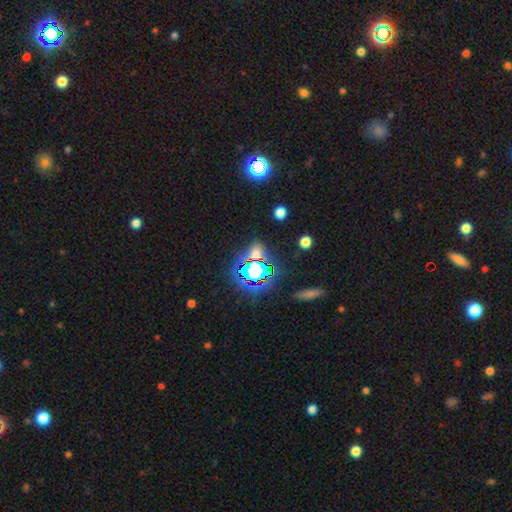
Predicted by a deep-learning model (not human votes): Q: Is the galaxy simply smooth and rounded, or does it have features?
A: star or artifact — 55%.